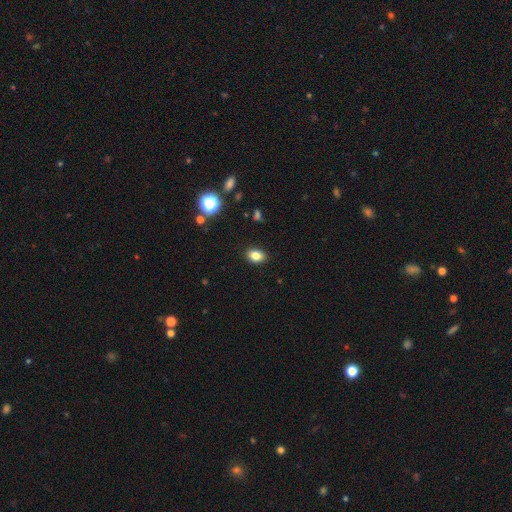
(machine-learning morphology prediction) The model was most divided on "how rounded": in between: 78%, round: 21%, cigar-shaped: 1%. More confident: merging — none (89%); smooth or featured — smooth (83%).